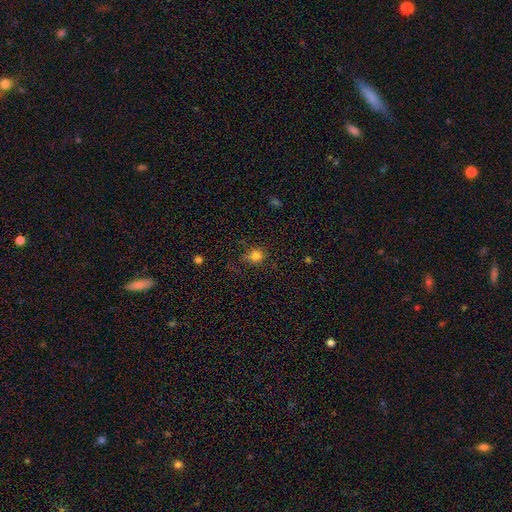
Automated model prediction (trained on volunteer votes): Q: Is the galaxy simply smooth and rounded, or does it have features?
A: smooth — 79%.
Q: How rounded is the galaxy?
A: round — 82%.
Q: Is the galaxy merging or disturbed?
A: none — 71%.